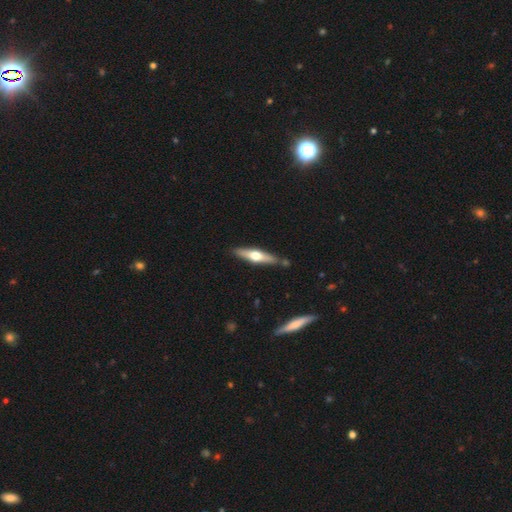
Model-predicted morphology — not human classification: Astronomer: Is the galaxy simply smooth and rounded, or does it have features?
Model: featured or disk — 58% (runner-up: smooth, 37%).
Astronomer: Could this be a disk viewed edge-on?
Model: yes — 94%.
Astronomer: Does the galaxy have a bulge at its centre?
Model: rounded — 94%.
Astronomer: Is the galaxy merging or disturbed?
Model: none — 82%.